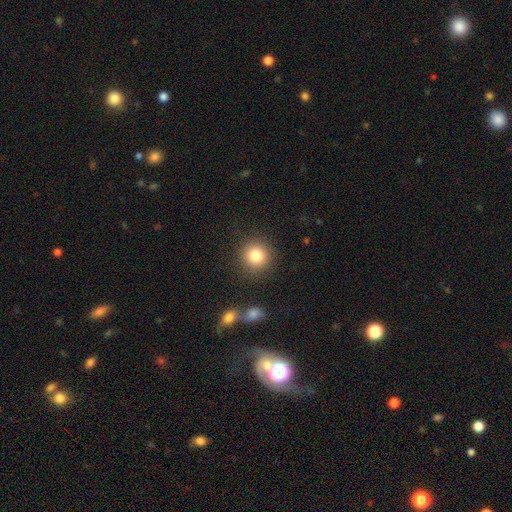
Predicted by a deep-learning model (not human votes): This is clearly a smooth galaxy (83%). How rounded: clearly round (92%). Merging: clearly none (86%).